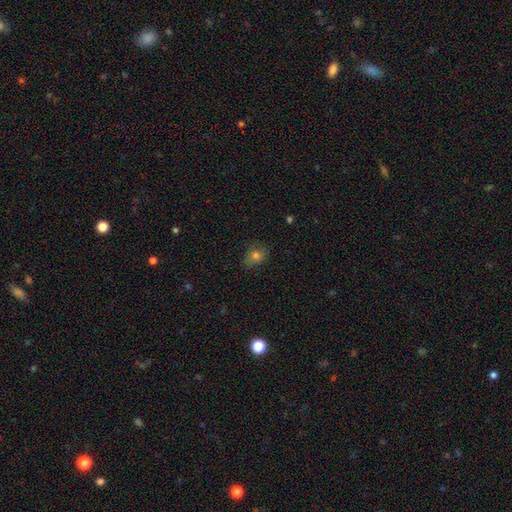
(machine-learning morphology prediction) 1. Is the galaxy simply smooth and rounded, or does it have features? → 75% smooth, 14% star or artifact, 11% featured or disk.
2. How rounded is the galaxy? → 62% in between, 36% round, 2% cigar-shaped.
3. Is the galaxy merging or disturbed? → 77% none, 18% minor disturbance, 4% major disturbance, 1% merger.